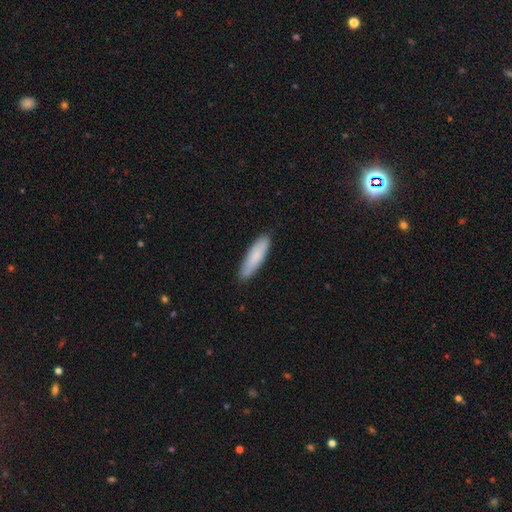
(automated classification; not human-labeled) Overall: smooth (82%). How rounded: cigar-shaped (69%). Merging: none (86%).